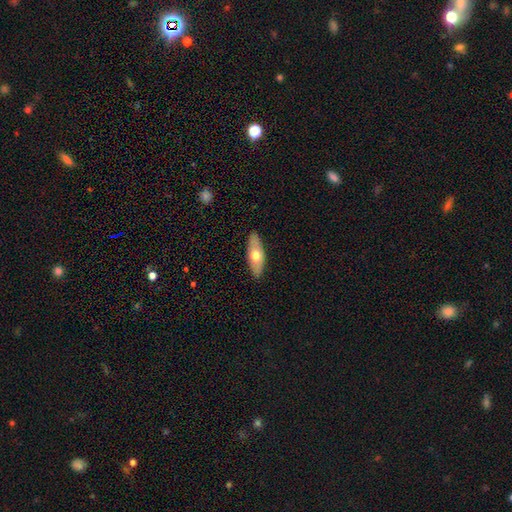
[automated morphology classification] Smooth or featured?
  - smooth: 59% *
  - featured or disk: 35%
  - star or artifact: 5%
How rounded?
  - in between: 67% *
  - cigar-shaped: 30%
  - round: 3%
Merging?
  - none: 89% *
  - minor disturbance: 9%
  - major disturbance: 2%
  - merger: 1%